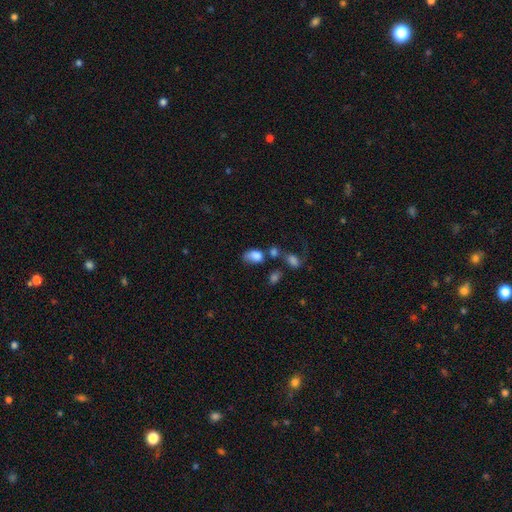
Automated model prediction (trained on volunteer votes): A smooth galaxy with no disk features (80%) that is in between round and cigar-shaped (84%).

Vote fractions:
- Smooth or featured? smooth: 80% / star or artifact: 10% / featured or disk: 10%
- How rounded? in between: 84% / round: 15% / cigar-shaped: 2%
- Merging? none: 33% / minor disturbance: 26% / merger: 22% / major disturbance: 19%